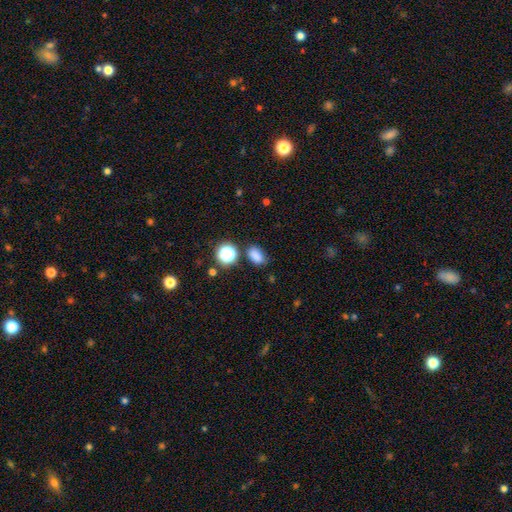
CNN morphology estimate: Smooth or featured?
  - smooth: 81% *
  - star or artifact: 15%
  - featured or disk: 4%
How rounded?
  - in between: 79% *
  - round: 20%
  - cigar-shaped: 1%
Merging?
  - none: 75% *
  - minor disturbance: 15%
  - merger: 6%
  - major disturbance: 4%